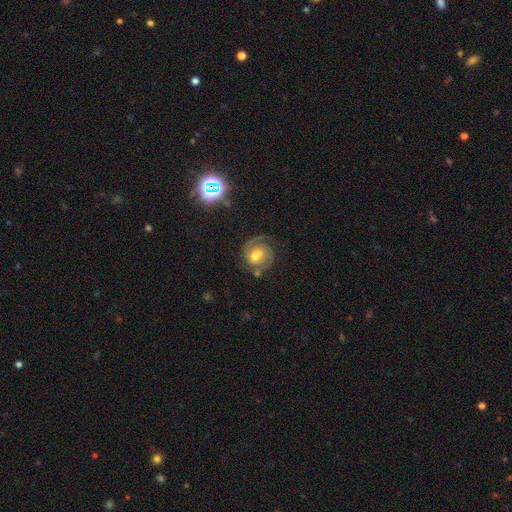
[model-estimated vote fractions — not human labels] A featured or disk galaxy (78%) with no bar (51%), 2 (72%) tight (47%) spiral arms (94%) and a moderate central bulge (65%). Merging: none (61%).